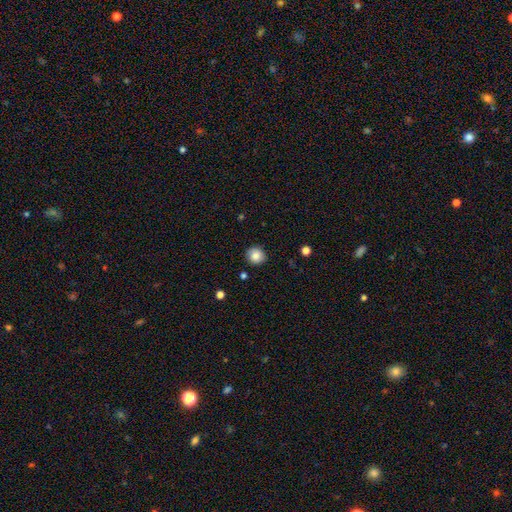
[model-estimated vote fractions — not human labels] A smooth galaxy with no disk features (85%) that is round (89%).

Vote fractions:
- Smooth or featured? smooth: 85% / star or artifact: 9% / featured or disk: 6%
- How rounded? round: 89% / in between: 10% / cigar-shaped: 1%
- Merging? none: 89% / minor disturbance: 8% / major disturbance: 2% / merger: 1%